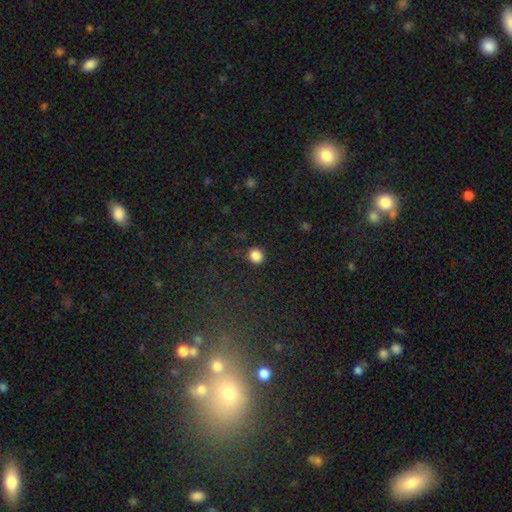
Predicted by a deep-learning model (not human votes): Q: Smooth or featured?
A: smooth (85%); runner-up: star or artifact (11%)
Q: How rounded?
A: round (91%); runner-up: in between (8%)
Q: Merging?
A: none (88%); runner-up: minor disturbance (8%)